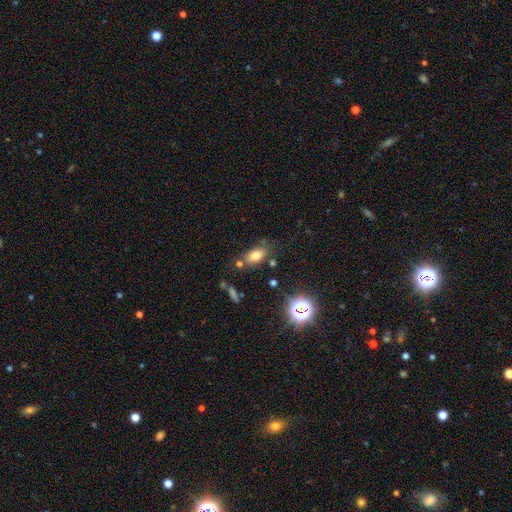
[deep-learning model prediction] Morphology: type=smooth (74%); roundness=in between (84%); merging=none (68%).